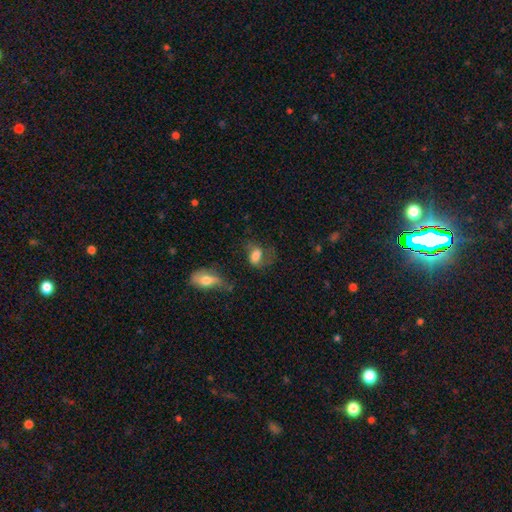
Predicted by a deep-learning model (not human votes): Smooth or featured?
  - smooth: 61% *
  - featured or disk: 28%
  - star or artifact: 11%
How rounded?
  - in between: 79% *
  - round: 18%
  - cigar-shaped: 3%
Merging?
  - none: 38% *
  - major disturbance: 28%
  - minor disturbance: 24%
  - merger: 10%